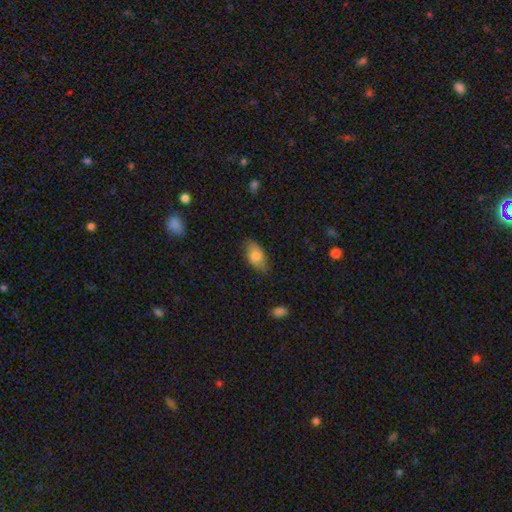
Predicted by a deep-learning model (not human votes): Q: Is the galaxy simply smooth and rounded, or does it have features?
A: smooth — 79%.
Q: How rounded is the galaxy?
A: in between — 93%.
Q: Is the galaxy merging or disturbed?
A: none — 76%.